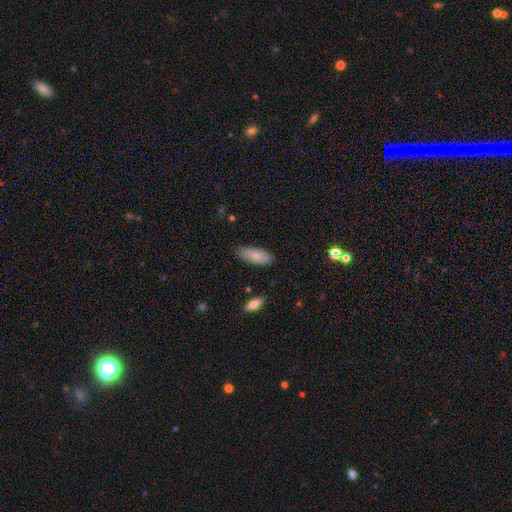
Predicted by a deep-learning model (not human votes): smooth_or_featured: smooth (p=0.85) [alt: featured or disk p=0.09]
how_rounded: in between (p=0.82) [alt: cigar-shaped p=0.17]
merging: none (p=0.83) [alt: minor disturbance p=0.13]